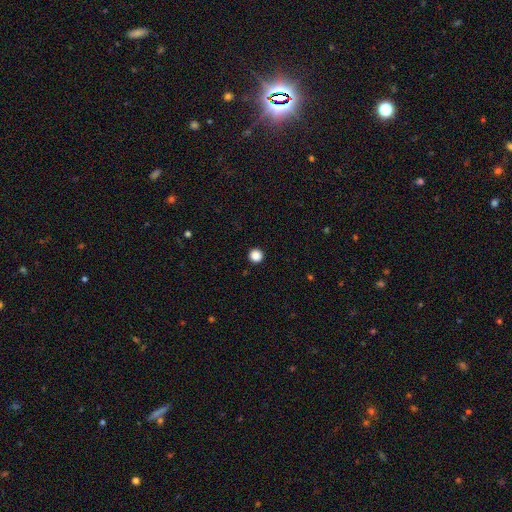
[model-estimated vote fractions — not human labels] smooth-or-featured: smooth: 87% | star or artifact: 10% | featured or disk: 3%
  how-rounded: round: 96% | in between: 3% | cigar-shaped: 1%
  merging: none: 94% | minor disturbance: 4% | major disturbance: 1% | merger: 1%